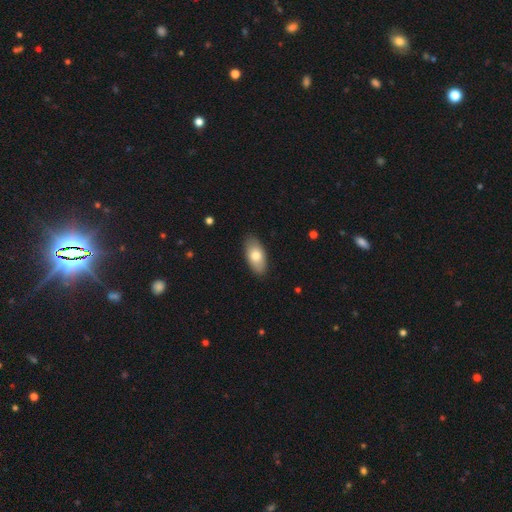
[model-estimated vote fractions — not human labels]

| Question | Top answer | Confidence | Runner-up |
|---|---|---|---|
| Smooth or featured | smooth | 75% | featured or disk (19%) |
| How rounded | in between | 92% | cigar-shaped (5%) |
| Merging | none | 87% | minor disturbance (10%) |